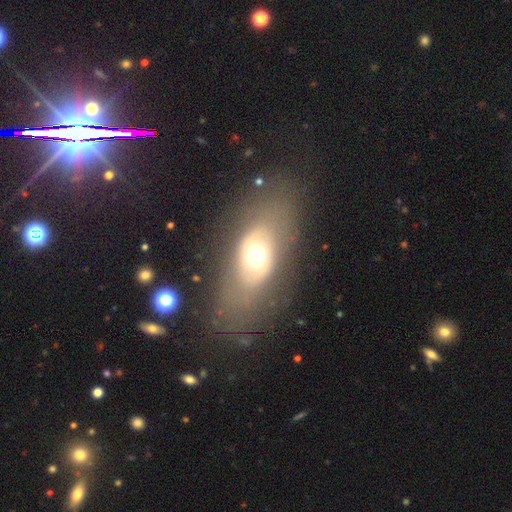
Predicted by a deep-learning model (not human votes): Morphology: type=featured or disk (50%); edge-on=no (83%); merging=none (71%).